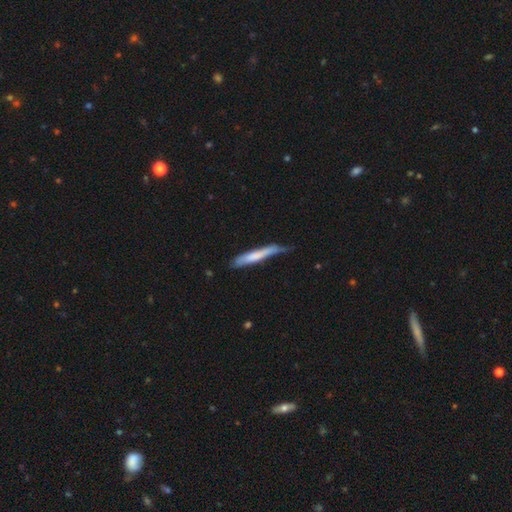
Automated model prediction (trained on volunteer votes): A smooth galaxy with no disk features (67%) that is cigar-shaped (93%). Merging: none (51%).